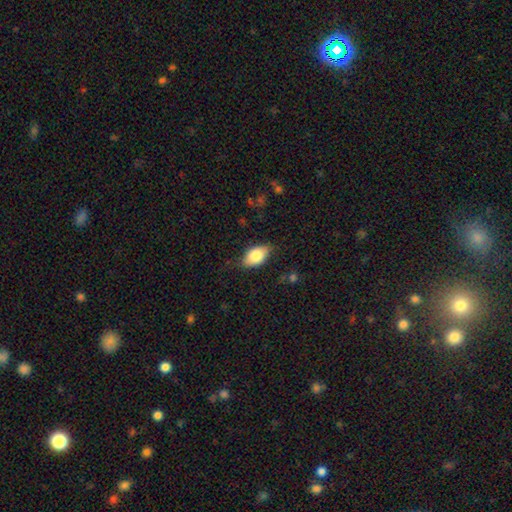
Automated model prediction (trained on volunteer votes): This appears to be a smooth galaxy with no disk features (80%) that is in between round and cigar-shaped (90%). Merging: none (75%).